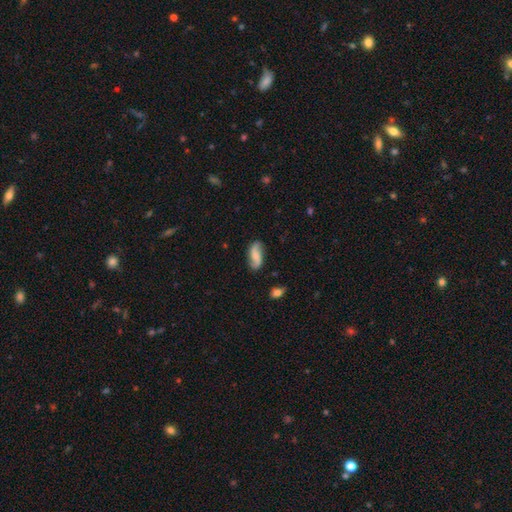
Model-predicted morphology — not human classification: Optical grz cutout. It shows a featured or disk galaxy (58%) with no bar (54%), 2 (91%) loose (71%) spiral arms (93%) and a small central bulge (38%). Merging: none (80%).